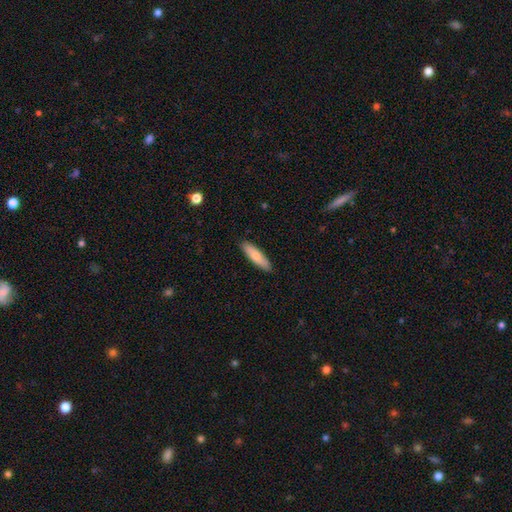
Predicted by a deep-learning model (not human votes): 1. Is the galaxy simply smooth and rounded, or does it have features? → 76% smooth, 19% featured or disk, 5% star or artifact.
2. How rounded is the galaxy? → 65% cigar-shaped, 33% in between, 2% round.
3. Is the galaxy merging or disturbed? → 89% none, 8% minor disturbance, 1% major disturbance, 1% merger.